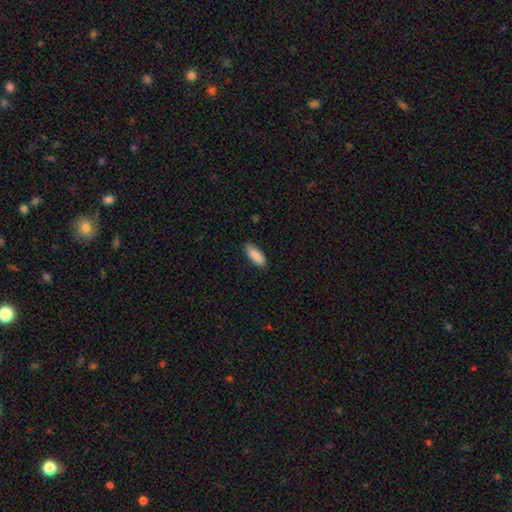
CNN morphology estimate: This is clearly a smooth galaxy (90%). How rounded: likely in between (69%). Merging: clearly none (87%).